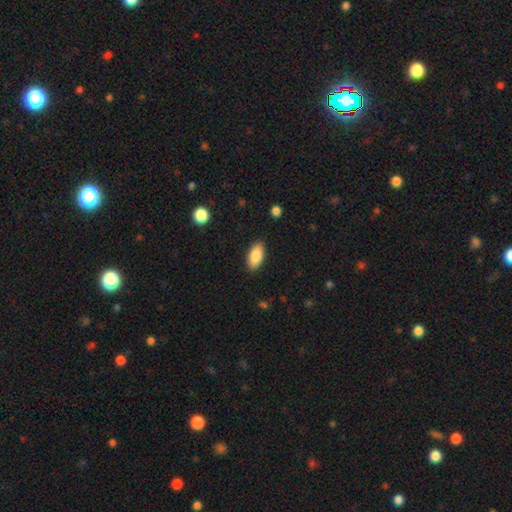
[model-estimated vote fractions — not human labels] The model was most divided on "merging": none: 87%, minor disturbance: 10%, major disturbance: 2%, merger: 1%. More confident: how rounded — in between (91%); smooth or featured — smooth (86%).